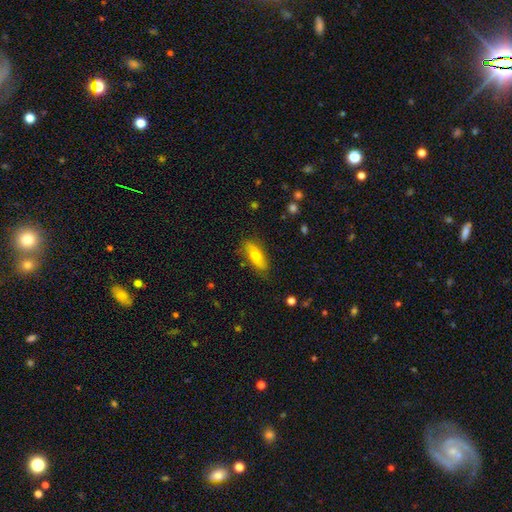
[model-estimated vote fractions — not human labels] The model was most divided on "smooth or featured": smooth: 68%, featured or disk: 25%, star or artifact: 7%. More confident: merging — none (77%); how rounded — in between (71%).